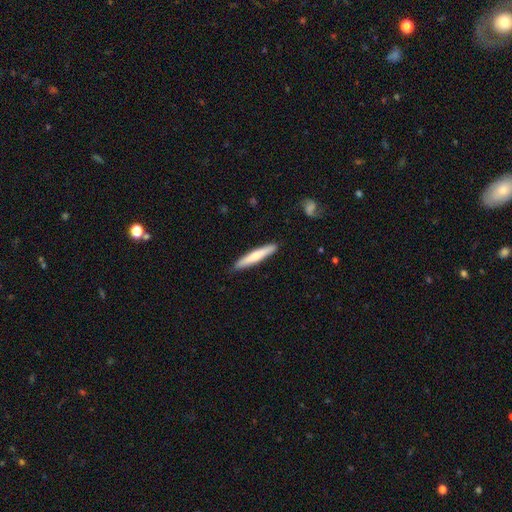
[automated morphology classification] type=smooth (66%); roundness=cigar-shaped (93%); merging=none (89%).